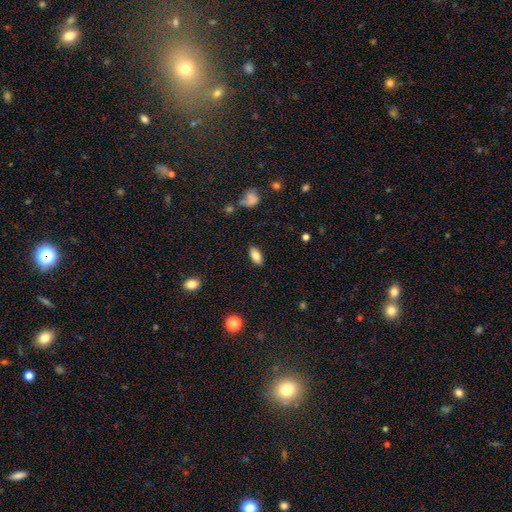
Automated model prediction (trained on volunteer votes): A smooth galaxy with no disk features (82%) that is in between round and cigar-shaped (91%). Merging: none (87%).